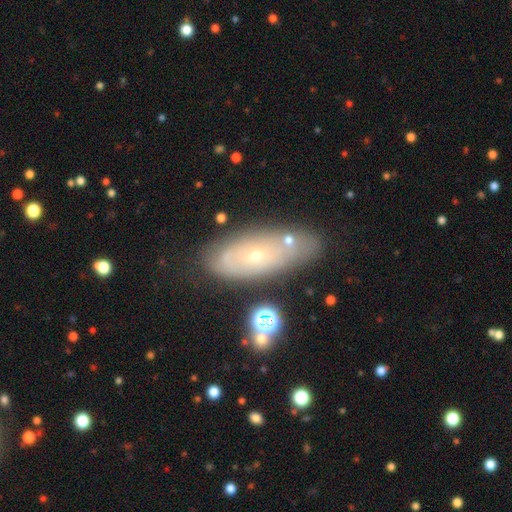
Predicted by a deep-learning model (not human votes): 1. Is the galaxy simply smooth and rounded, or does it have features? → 52% featured or disk, 37% smooth, 11% star or artifact.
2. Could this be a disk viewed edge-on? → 82% no, 18% yes.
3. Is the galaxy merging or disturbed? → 70% none, 17% minor disturbance, 8% merger, 5% major disturbance.